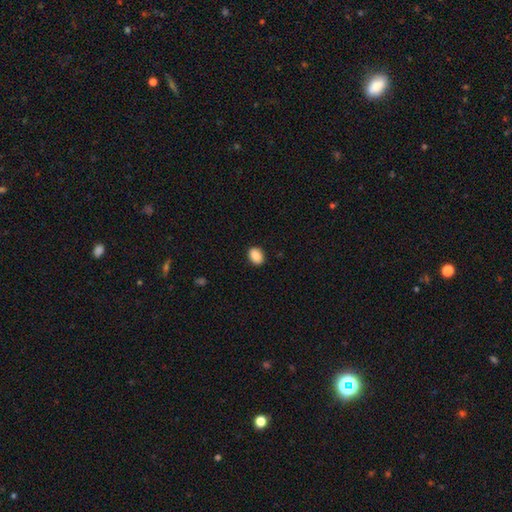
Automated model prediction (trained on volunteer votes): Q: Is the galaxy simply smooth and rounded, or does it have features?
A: smooth — 89%.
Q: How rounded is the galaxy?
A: in between — 74%.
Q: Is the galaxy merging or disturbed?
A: none — 90%.